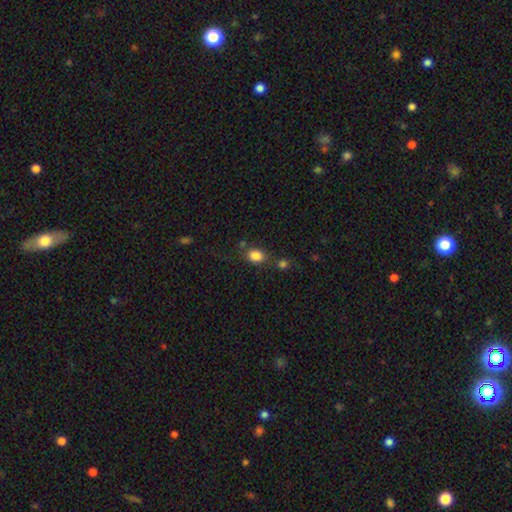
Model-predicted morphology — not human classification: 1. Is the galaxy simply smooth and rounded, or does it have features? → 84% smooth, 11% star or artifact, 5% featured or disk.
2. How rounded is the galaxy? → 57% in between, 42% round, 1% cigar-shaped.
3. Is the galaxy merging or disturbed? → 68% none, 14% minor disturbance, 13% merger, 5% major disturbance.